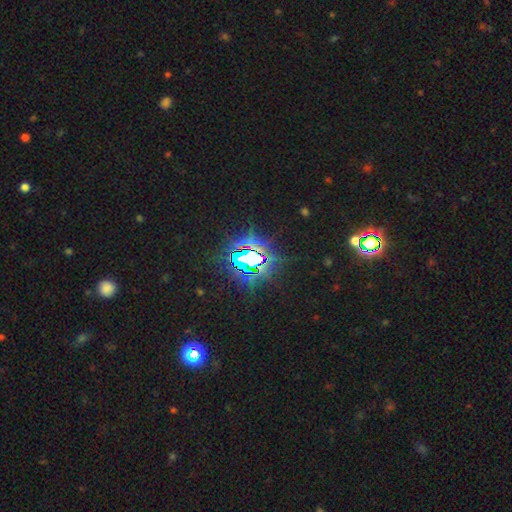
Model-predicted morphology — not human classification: smooth-or-featured: star or artifact: 81% | smooth: 9% | featured or disk: 9%